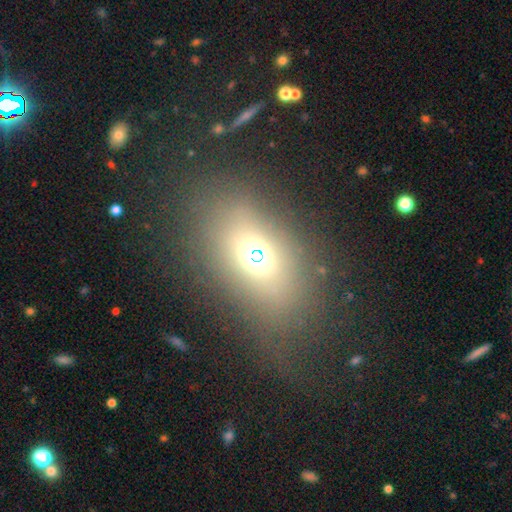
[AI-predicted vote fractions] This is possibly a smooth galaxy (54%). How rounded: likely in between (75%). Merging: likely none (62%).